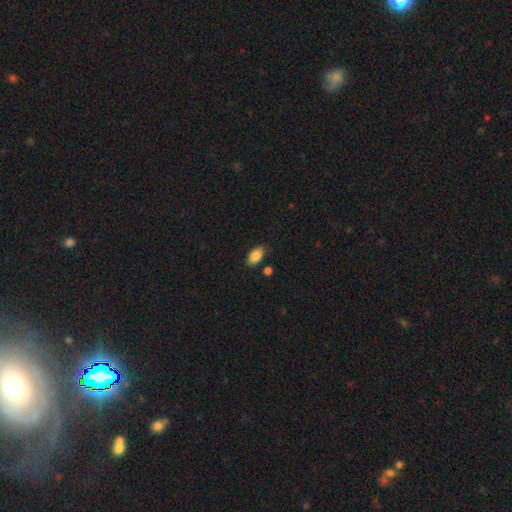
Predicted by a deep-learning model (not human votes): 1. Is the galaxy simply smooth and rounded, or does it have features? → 86% smooth, 7% star or artifact, 7% featured or disk.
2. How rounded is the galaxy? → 93% in between, 5% round, 2% cigar-shaped.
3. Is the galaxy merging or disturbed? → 82% none, 11% minor disturbance, 4% merger, 2% major disturbance.